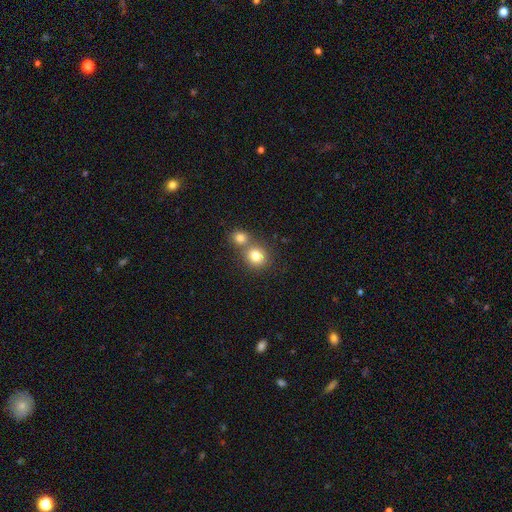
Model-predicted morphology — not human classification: Q: Smooth or featured?
A: smooth (80%); runner-up: star or artifact (11%)
Q: How rounded?
A: round (86%); runner-up: in between (13%)
Q: Merging?
A: none (51%); runner-up: merger (40%)